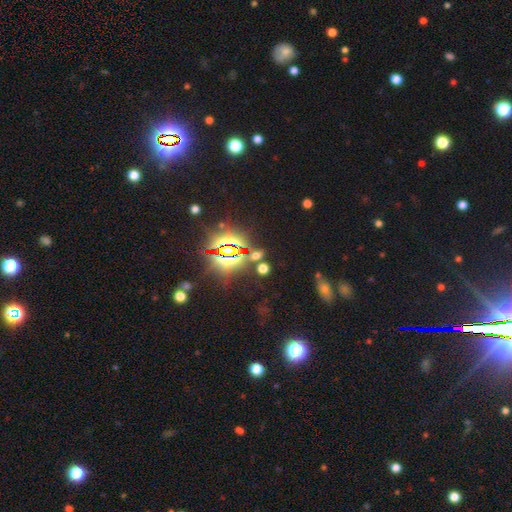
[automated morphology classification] smooth_or_featured: star or artifact (p=0.65) [alt: smooth p=0.27]